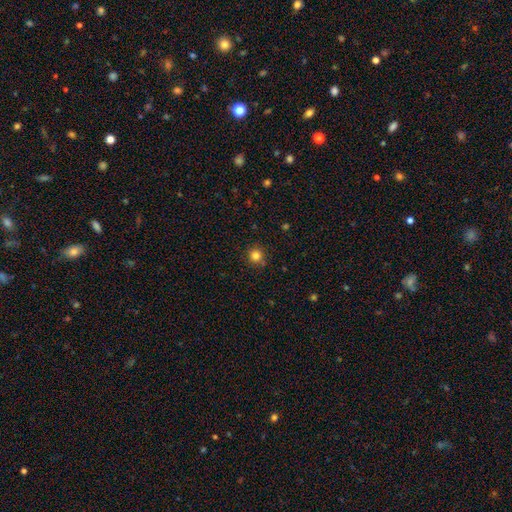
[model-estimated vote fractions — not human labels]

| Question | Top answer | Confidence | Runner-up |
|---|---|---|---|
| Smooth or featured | smooth | 81% | star or artifact (14%) |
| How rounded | round | 94% | in between (5%) |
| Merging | none | 86% | minor disturbance (8%) |